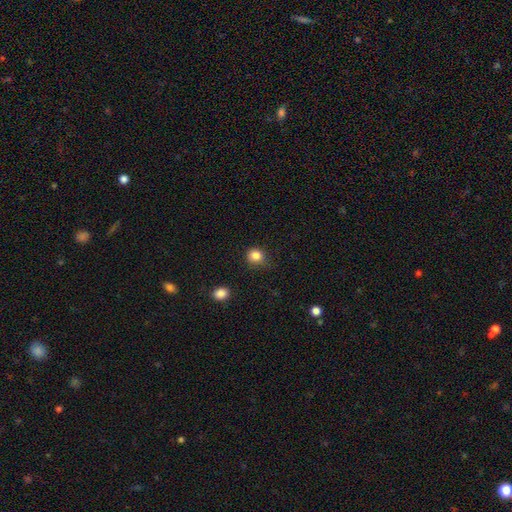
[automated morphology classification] Smooth or featured? Predicted: smooth (p=0.84). How rounded? Predicted: round (p=0.80). Merging? Predicted: none (p=0.71).